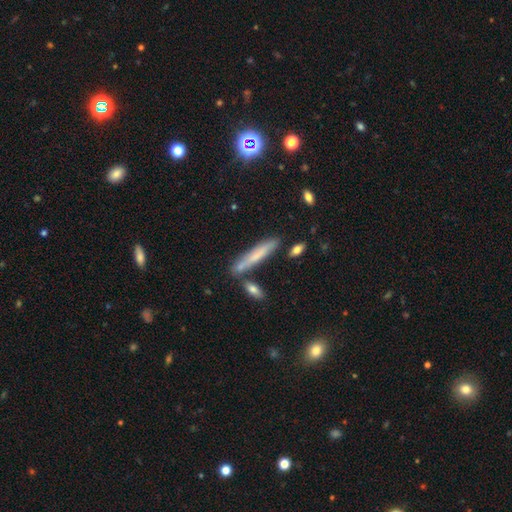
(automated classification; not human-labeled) smooth-or-featured: smooth: 63% | featured or disk: 28% | star or artifact: 9%
  how-rounded: cigar-shaped: 92% | in between: 7% | round: 2%
  merging: none: 75% | minor disturbance: 13% | merger: 9% | major disturbance: 3%